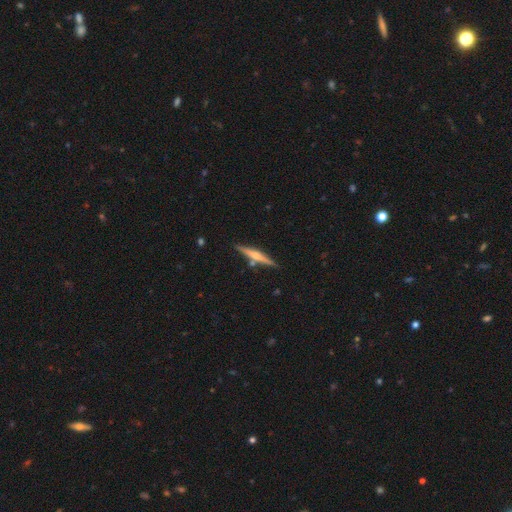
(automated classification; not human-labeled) This is likely a featured or disk galaxy (64%). It is clearly viewed edge-on (97%). Edge-on bulge: likely rounded (78%). Merging: clearly none (84%).